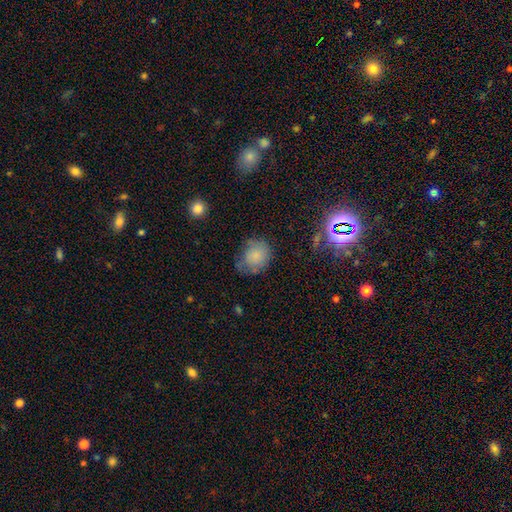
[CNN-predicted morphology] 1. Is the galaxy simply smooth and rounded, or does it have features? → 75% smooth, 14% featured or disk, 11% star or artifact.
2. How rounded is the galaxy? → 67% round, 32% in between, 1% cigar-shaped.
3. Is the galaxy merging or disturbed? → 58% none, 28% minor disturbance, 11% major disturbance, 3% merger.